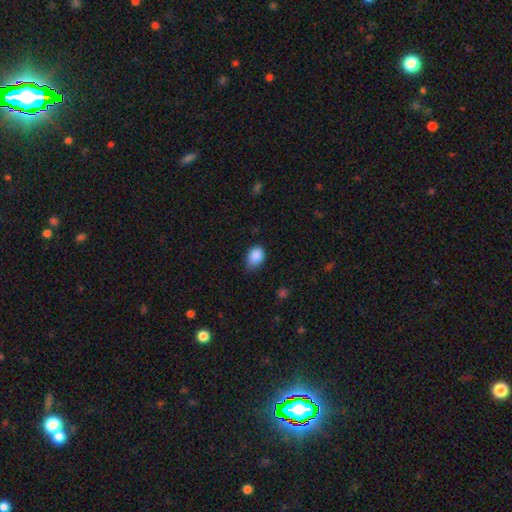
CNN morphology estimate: A smooth galaxy with no disk features (88%) that is in between round and cigar-shaped (72%).

Vote fractions:
- Smooth or featured? smooth: 88% / star or artifact: 8% / featured or disk: 4%
- How rounded? in between: 72% / round: 27% / cigar-shaped: 1%
- Merging? none: 59% / minor disturbance: 34% / major disturbance: 6% / merger: 1%